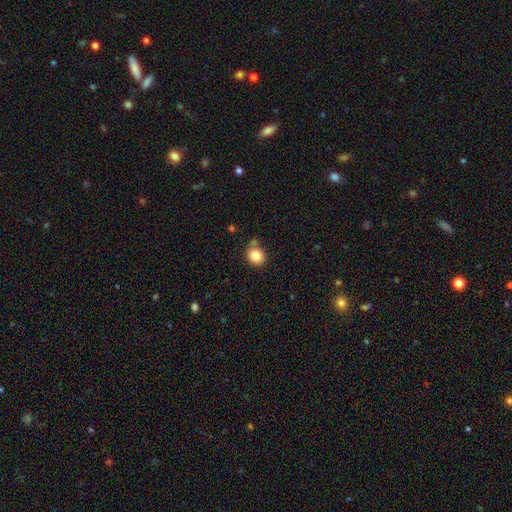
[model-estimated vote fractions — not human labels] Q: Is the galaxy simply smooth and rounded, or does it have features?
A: smooth — 83%.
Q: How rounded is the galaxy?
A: round — 70%.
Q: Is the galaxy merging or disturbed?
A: none — 71%.